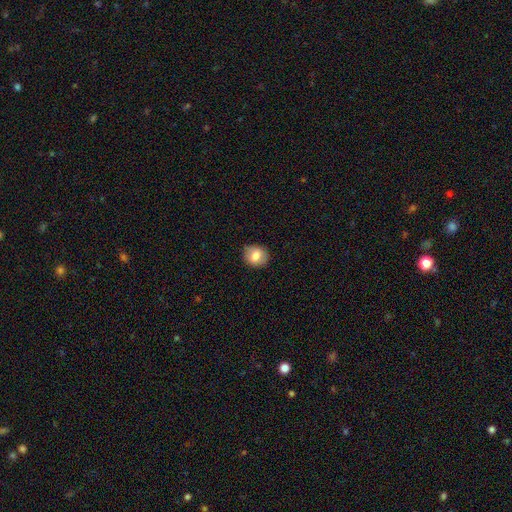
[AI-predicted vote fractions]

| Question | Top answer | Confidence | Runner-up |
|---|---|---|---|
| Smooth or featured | smooth | 77% | featured or disk (14%) |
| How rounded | round | 69% | in between (30%) |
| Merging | none | 87% | minor disturbance (10%) |